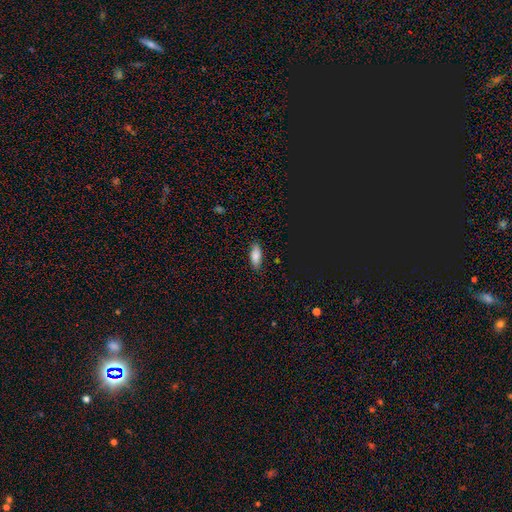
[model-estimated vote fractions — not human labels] This appears to be a smooth galaxy with no disk features (84%) that is in between round and cigar-shaped (81%). Merging: none (84%).